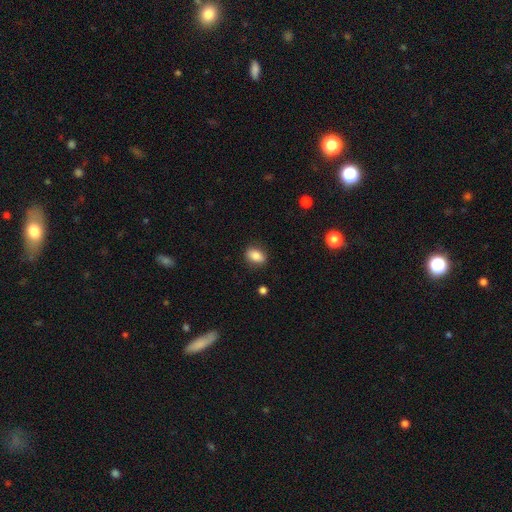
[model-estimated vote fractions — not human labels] A smooth galaxy with no disk features (84%) that is in between round and cigar-shaped (79%). Merging: none (85%).